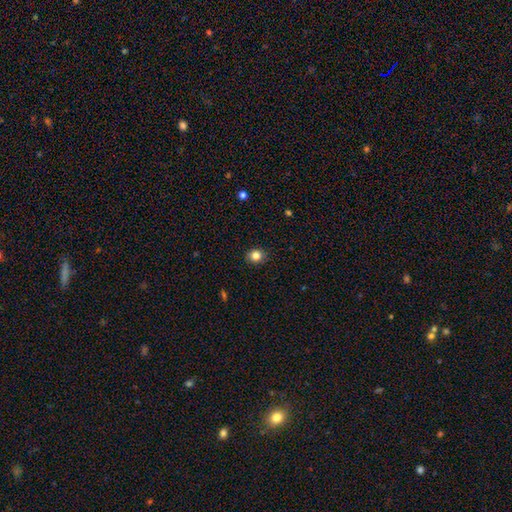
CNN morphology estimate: Smooth or featured?
  - smooth: 83% *
  - star or artifact: 11%
  - featured or disk: 6%
How rounded?
  - round: 69% *
  - in between: 30%
  - cigar-shaped: 1%
Merging?
  - none: 89% *
  - minor disturbance: 8%
  - major disturbance: 2%
  - merger: 1%